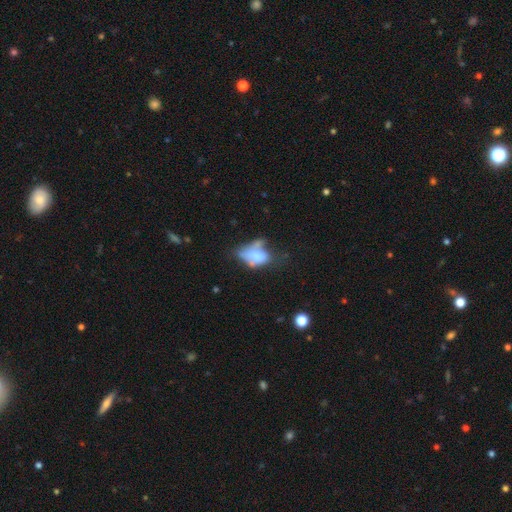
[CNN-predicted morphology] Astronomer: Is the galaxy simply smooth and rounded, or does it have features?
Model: smooth — 60%.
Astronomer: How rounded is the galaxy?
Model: in between — 86%.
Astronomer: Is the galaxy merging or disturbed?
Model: major disturbance — 33% (runner-up: minor disturbance, 25%).